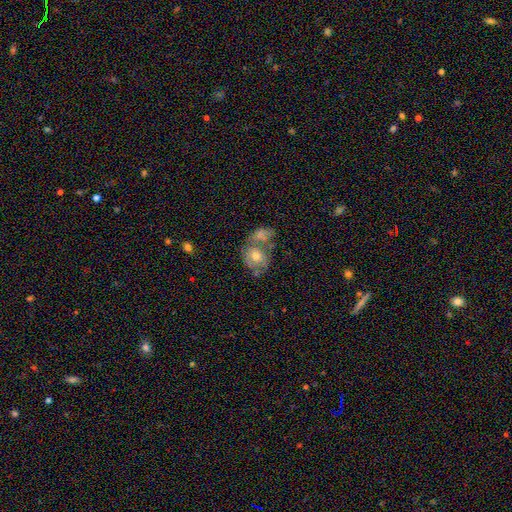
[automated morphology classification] Smooth or featured? Predicted: featured or disk (p=0.49). Merging? Predicted: none (p=0.41).